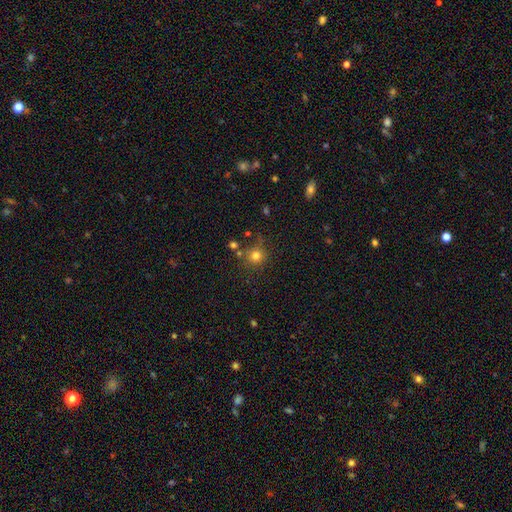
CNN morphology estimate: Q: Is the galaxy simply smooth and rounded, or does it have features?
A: smooth — 77%.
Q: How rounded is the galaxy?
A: round — 91%.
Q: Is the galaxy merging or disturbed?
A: none — 73%.